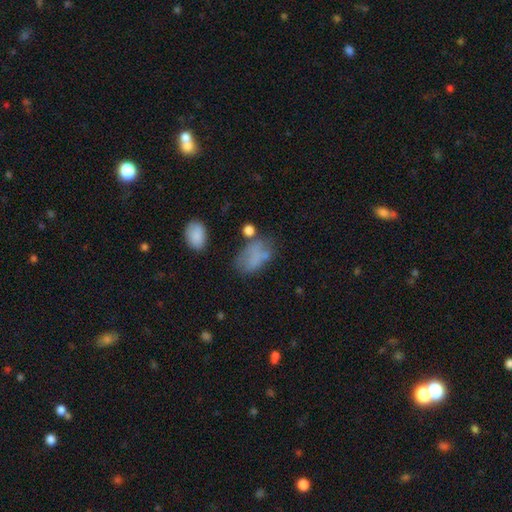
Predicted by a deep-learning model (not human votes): Overall: smooth (64%). How rounded: in between (86%). Merging: none (37%; minor disturbance 26%).